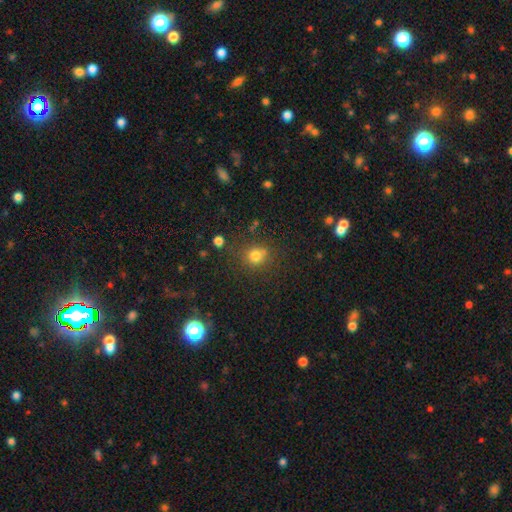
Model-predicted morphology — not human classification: smooth 76%, star or artifact 17%, featured or disk 7%. Down the decision tree: how rounded — round (83%); merging — none (71%).